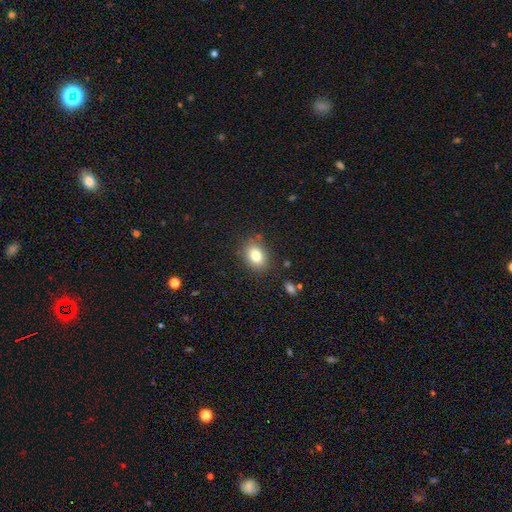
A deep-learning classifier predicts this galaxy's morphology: Smooth or featured? Predicted: smooth (p=0.81). How rounded? Predicted: in between (p=0.70). Merging? Predicted: none (p=0.83).